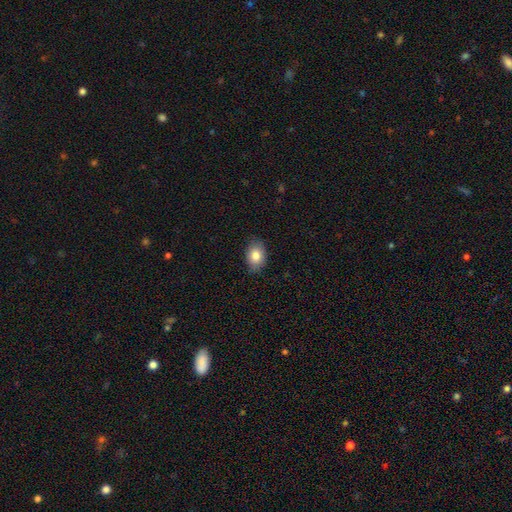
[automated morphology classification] Smooth or featured? smooth (83%)
How rounded? in between (80%)
Merging? none (84%)